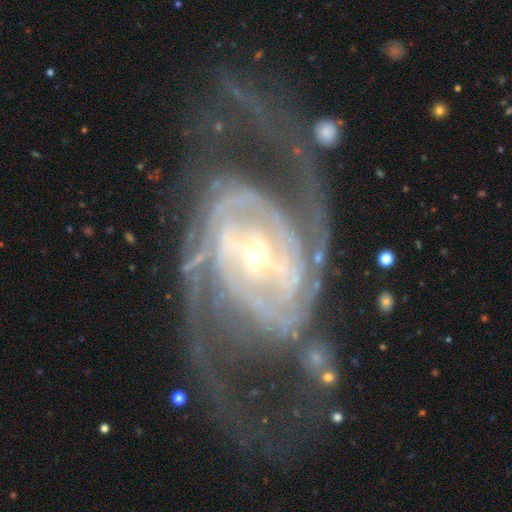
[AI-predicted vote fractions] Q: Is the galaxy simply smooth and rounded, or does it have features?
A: featured or disk — 91%.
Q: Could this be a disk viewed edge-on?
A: no — 96%.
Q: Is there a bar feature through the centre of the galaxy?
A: no — 37%.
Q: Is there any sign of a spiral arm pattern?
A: yes — 97%.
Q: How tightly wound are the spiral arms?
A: tight — 43%.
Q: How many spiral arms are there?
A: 2 — 64%.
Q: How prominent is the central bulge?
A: small — 69%.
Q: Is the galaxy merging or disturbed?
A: none — 54%.